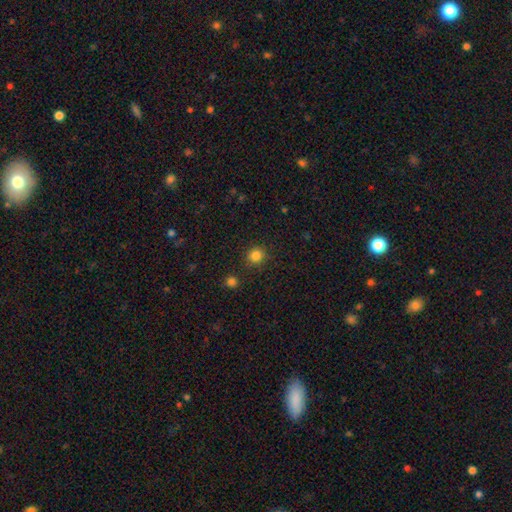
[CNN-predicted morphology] A smooth galaxy with no disk features (83%) that is round (91%). Merging: none (87%).